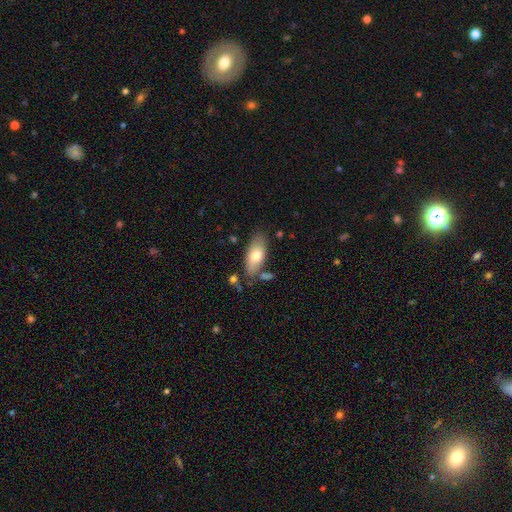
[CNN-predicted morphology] Smooth or featured? Predicted: smooth (p=0.73). How rounded? Predicted: in between (p=0.87). Merging? Predicted: none (p=0.71).